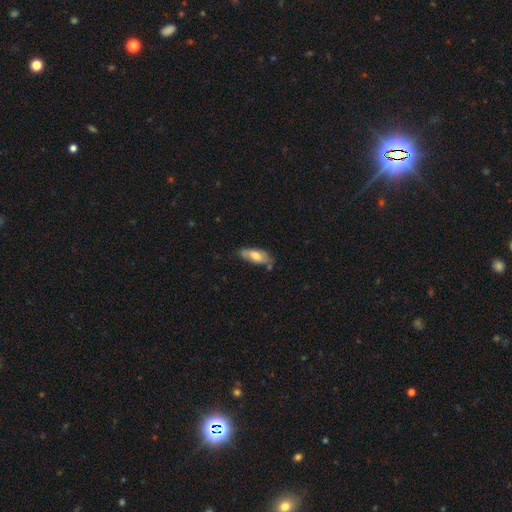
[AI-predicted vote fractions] Overall: smooth (65%; featured or disk 29%). How rounded: in between (78%). Merging: none (64%; minor disturbance 26%).